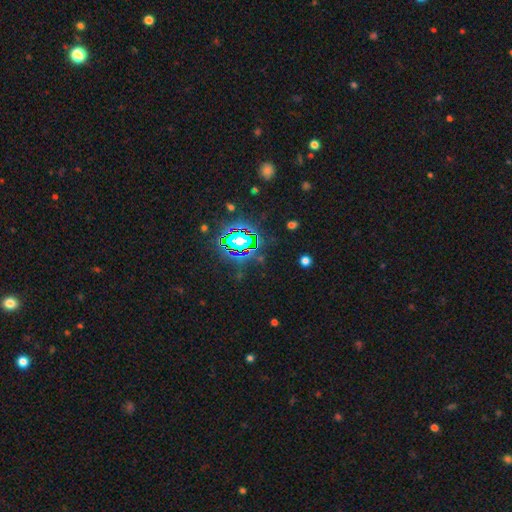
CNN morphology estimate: smooth-or-featured: star or artifact: 82% | smooth: 10% | featured or disk: 8%